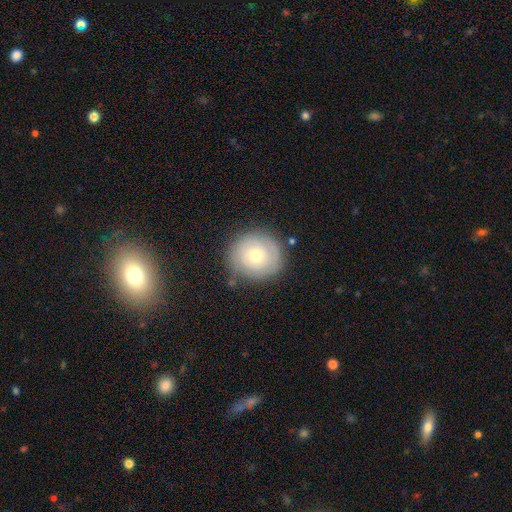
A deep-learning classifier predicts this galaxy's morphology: A smooth galaxy with no disk features (59%) that is round (91%). Merging: none (79%).